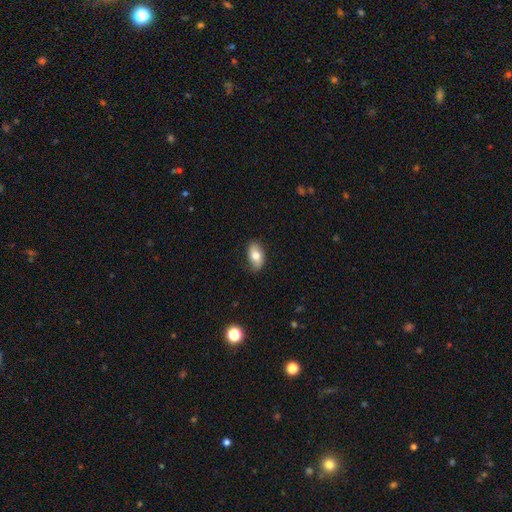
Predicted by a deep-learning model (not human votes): smooth 74%, featured or disk 18%, star or artifact 7%. Down the decision tree: how rounded — in between (90%); merging — none (79%).